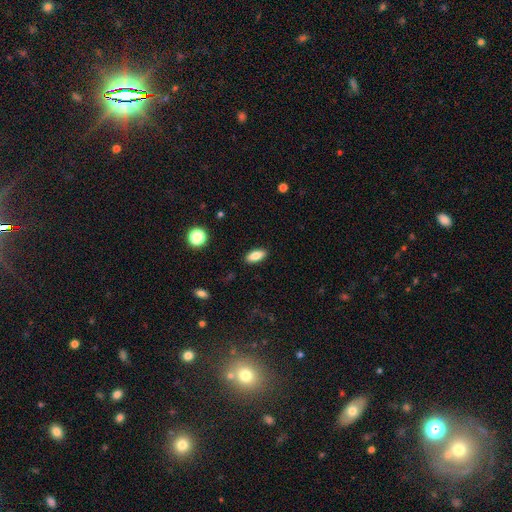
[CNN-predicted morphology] Smooth or featured? smooth (82%)
How rounded? in between (83%)
Merging? none (89%)